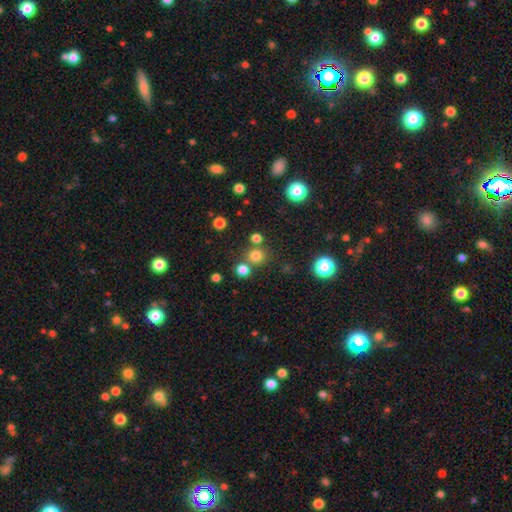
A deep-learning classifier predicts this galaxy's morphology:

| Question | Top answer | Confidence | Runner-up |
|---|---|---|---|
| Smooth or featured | smooth | 75% | star or artifact (19%) |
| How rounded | round | 91% | in between (8%) |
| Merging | none | 74% | merger (16%) |